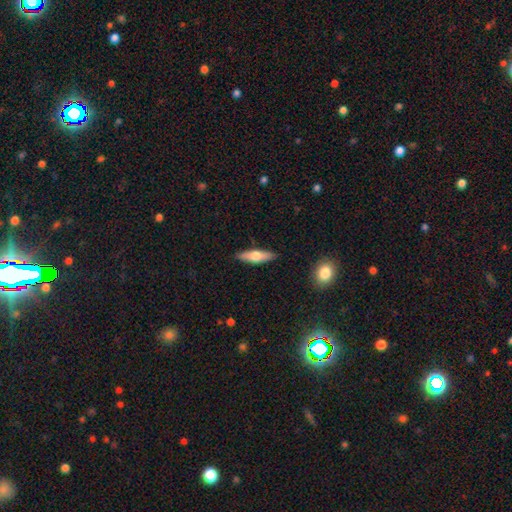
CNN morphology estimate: This appears to be a smooth galaxy with no disk features (56%) that is cigar-shaped (61%). Merging: none (88%).